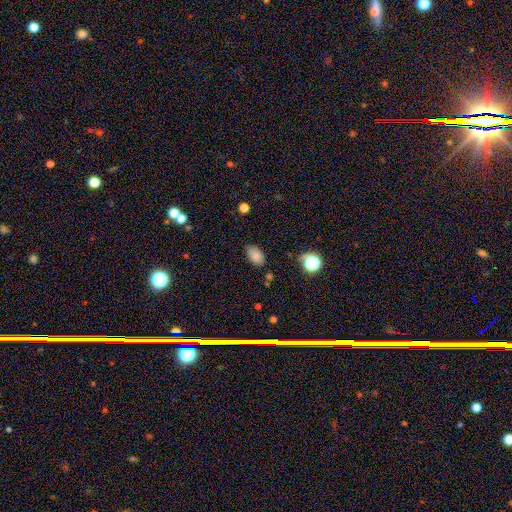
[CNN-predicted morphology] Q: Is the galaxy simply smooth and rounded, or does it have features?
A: smooth — 81%.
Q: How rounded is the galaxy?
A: in between — 91%.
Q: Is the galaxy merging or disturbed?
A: none — 78%.